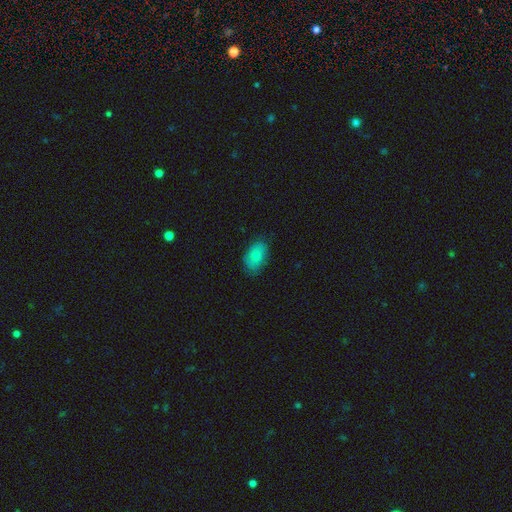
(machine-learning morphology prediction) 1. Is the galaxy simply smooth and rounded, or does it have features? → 81% smooth, 12% featured or disk, 7% star or artifact.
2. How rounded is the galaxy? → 91% in between, 8% round, 2% cigar-shaped.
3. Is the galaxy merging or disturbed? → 76% none, 19% minor disturbance, 4% major disturbance, 1% merger.